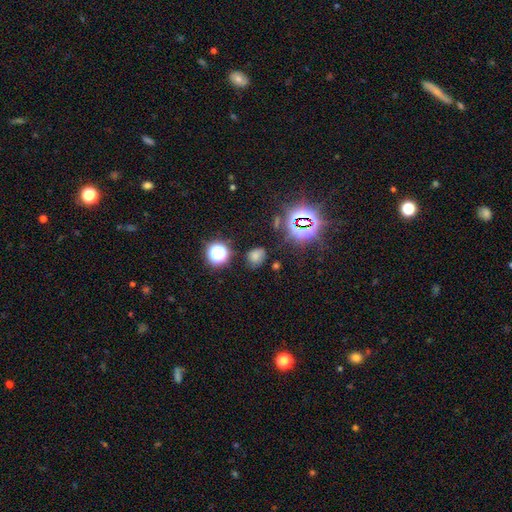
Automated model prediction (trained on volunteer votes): A smooth galaxy with no disk features (62%) that is in between round and cigar-shaped (54%).

Vote fractions:
- Smooth or featured? smooth: 62% / star or artifact: 29% / featured or disk: 9%
- How rounded? in between: 54% / round: 45% / cigar-shaped: 1%
- Merging? none: 70% / minor disturbance: 20% / major disturbance: 7% / merger: 4%